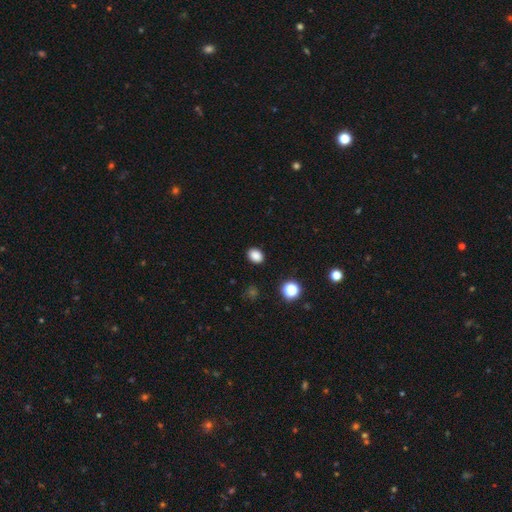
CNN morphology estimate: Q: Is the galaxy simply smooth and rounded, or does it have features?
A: smooth — 86%.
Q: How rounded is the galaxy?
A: in between — 66%.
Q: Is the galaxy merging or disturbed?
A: none — 90%.